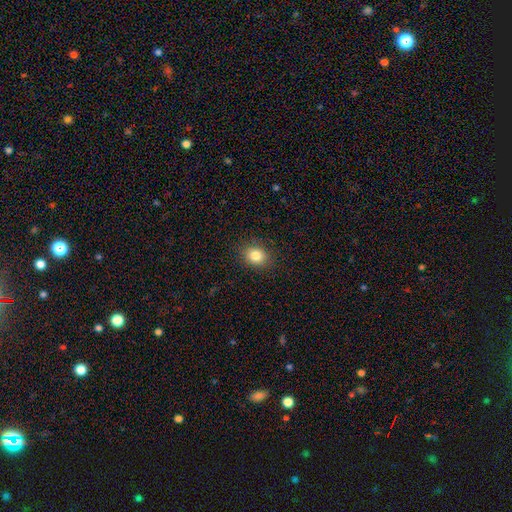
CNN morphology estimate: This appears to be a smooth galaxy with no disk features (83%) that is round (54%). Merging: none (88%).